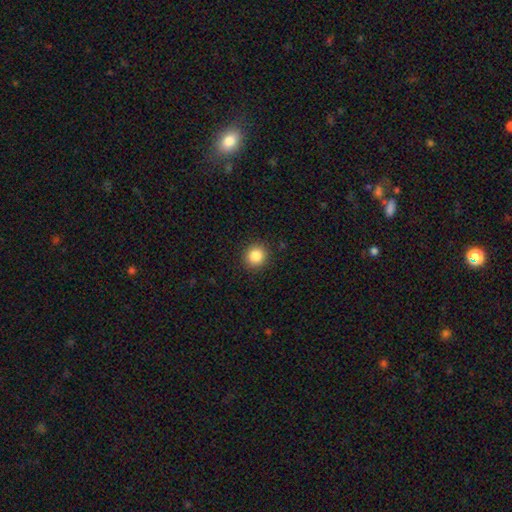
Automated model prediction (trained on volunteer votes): Smooth or featured?
  - smooth: 86% *
  - star or artifact: 10%
  - featured or disk: 4%
How rounded?
  - round: 89% *
  - in between: 10%
  - cigar-shaped: 1%
Merging?
  - none: 90% *
  - minor disturbance: 6%
  - major disturbance: 2%
  - merger: 1%